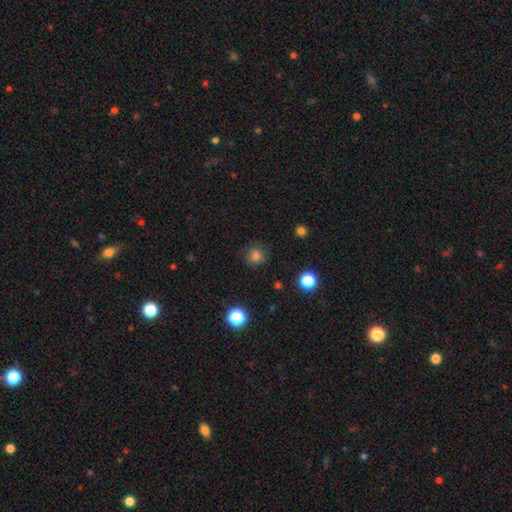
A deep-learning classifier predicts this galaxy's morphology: type=smooth (80%); roundness=round (90%); merging=none (85%).